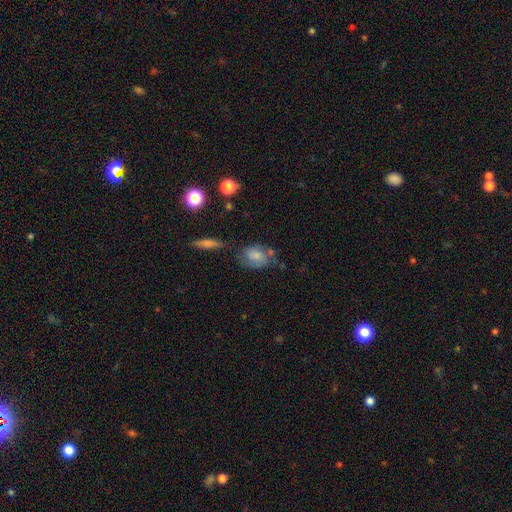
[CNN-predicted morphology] Smooth or featured: smooth — 70% (featured or disk — 21%)
How rounded: in between — 71% (round — 26%)
Merging: none — 52% (minor disturbance — 26%)